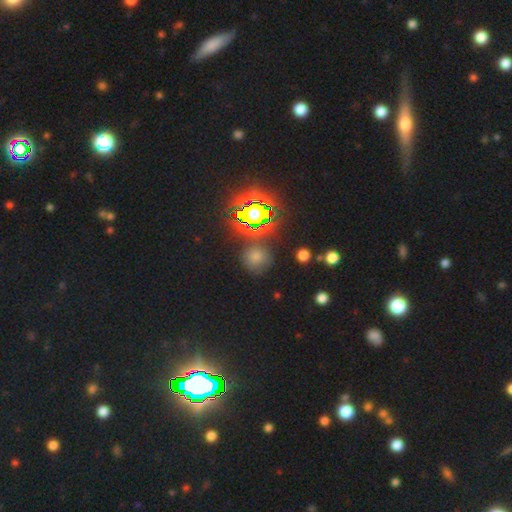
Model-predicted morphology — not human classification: Smooth or featured? star or artifact (52%)